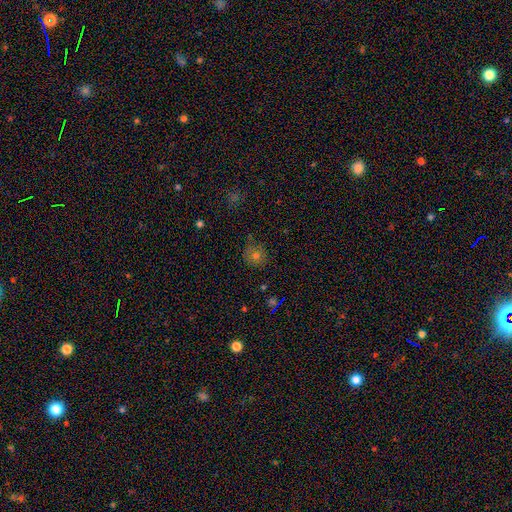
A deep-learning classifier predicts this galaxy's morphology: Overall: smooth (70%). How rounded: round (90%). Merging: none (79%).